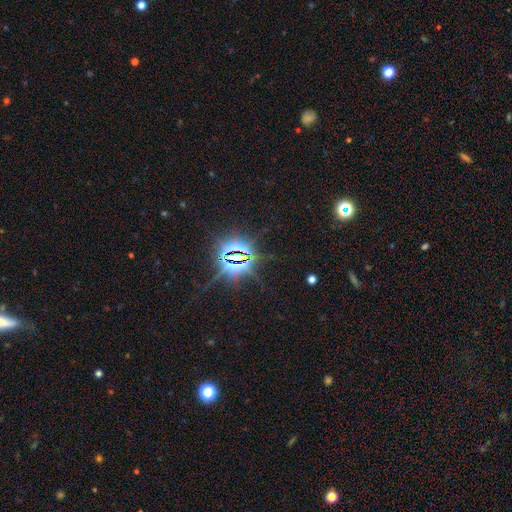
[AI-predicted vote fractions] Smooth or featured? star or artifact (83%)